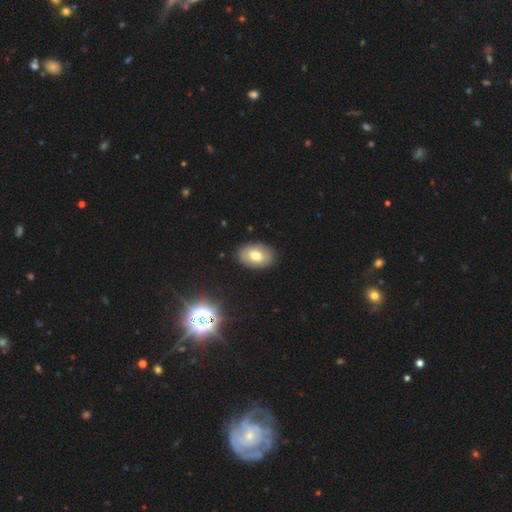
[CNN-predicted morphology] Smooth or featured: smooth — 71% (featured or disk — 19%)
How rounded: in between — 87% (round — 11%)
Merging: none — 88% (minor disturbance — 9%)